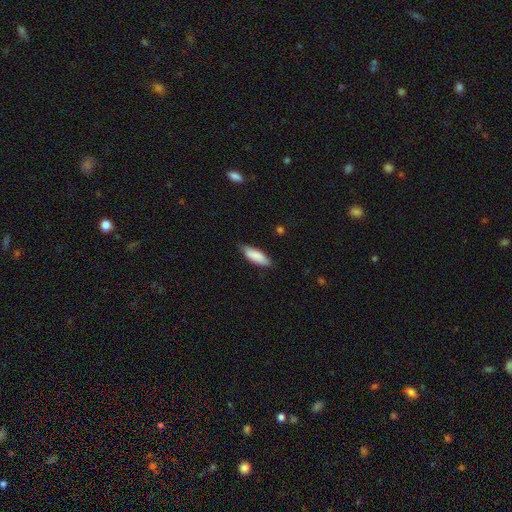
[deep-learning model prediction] Smooth or featured? Predicted: smooth (p=0.86). How rounded? Predicted: in between (p=0.62). Merging? Predicted: none (p=0.77).